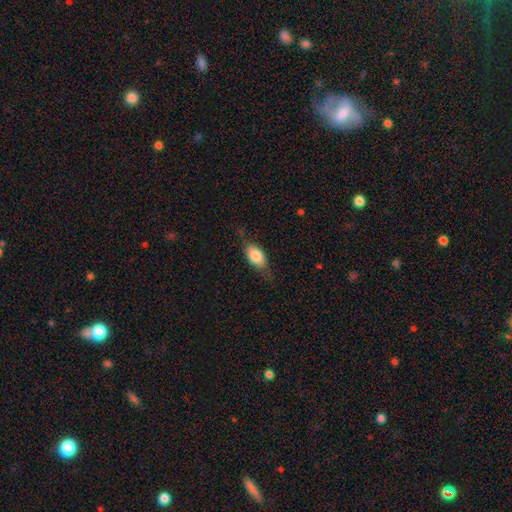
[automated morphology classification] A smooth galaxy with no disk features (78%) that is in between round and cigar-shaped (88%). Merging: none (66%).